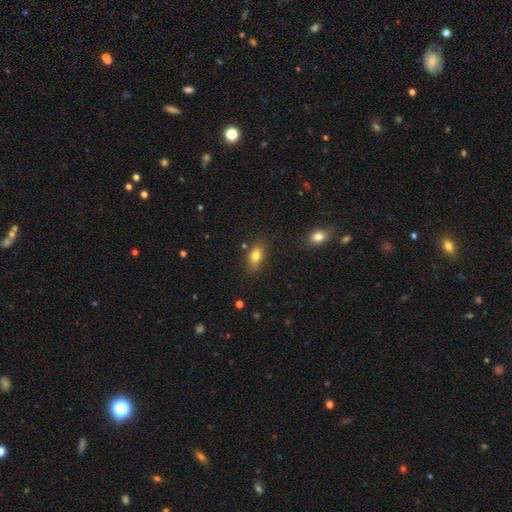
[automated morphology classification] A smooth galaxy with no disk features (79%) that is in between round and cigar-shaped (84%).

Vote fractions:
- Smooth or featured? smooth: 79% / featured or disk: 11% / star or artifact: 10%
- How rounded? in between: 84% / round: 11% / cigar-shaped: 5%
- Merging? none: 80% / minor disturbance: 13% / major disturbance: 3% / merger: 3%